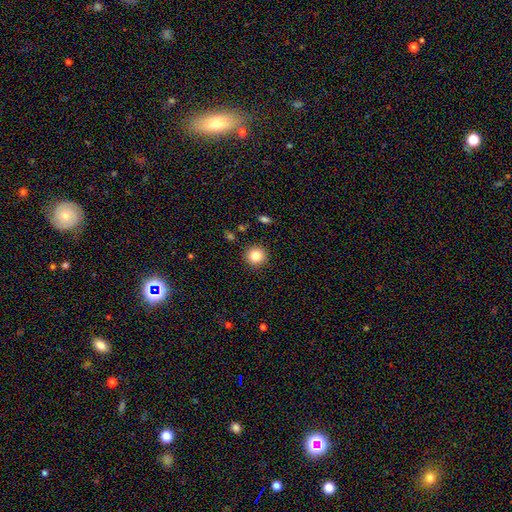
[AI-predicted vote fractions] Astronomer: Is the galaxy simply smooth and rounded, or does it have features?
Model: smooth — 83%.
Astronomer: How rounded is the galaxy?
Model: round — 93%.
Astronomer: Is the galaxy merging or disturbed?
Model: none — 91%.